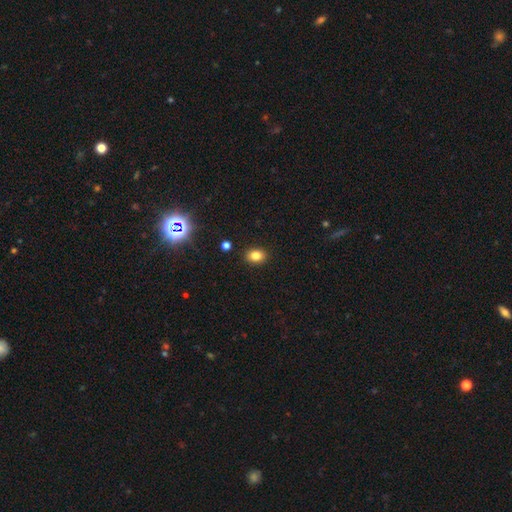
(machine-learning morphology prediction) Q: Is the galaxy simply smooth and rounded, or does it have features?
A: smooth — 80%.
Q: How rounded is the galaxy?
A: in between — 62%.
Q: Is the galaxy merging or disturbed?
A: none — 89%.